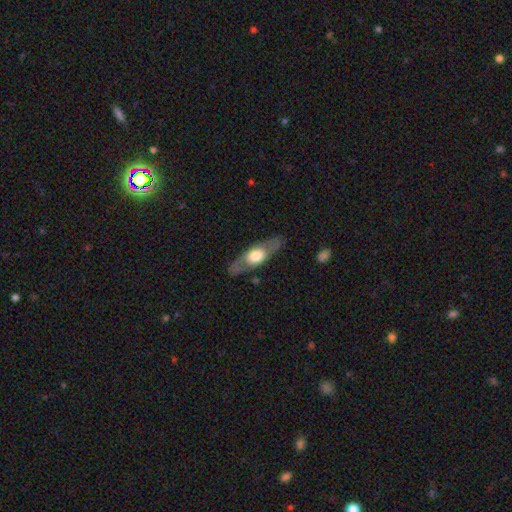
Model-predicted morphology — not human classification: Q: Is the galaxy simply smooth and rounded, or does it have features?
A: featured or disk — 54%.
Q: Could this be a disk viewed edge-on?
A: yes — 53%.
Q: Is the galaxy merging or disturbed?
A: none — 82%.